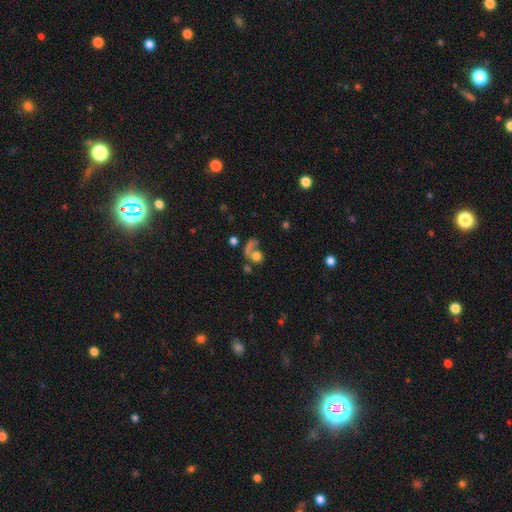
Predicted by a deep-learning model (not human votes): smooth-or-featured: smooth: 41% | featured or disk: 34% | star or artifact: 25%
  merging: none: 34% | merger: 30% | major disturbance: 24% | minor disturbance: 12%